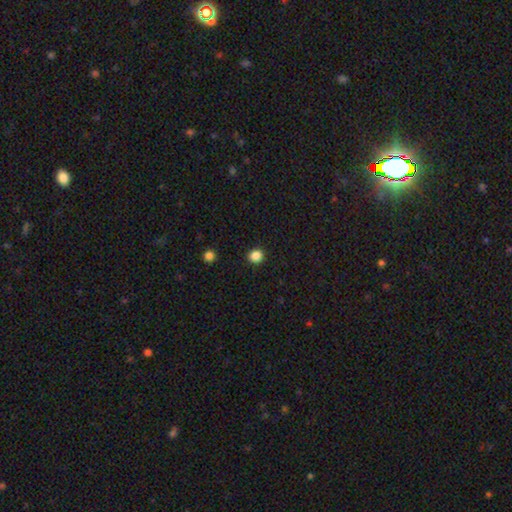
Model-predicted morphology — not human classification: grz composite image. It shows a smooth galaxy with no disk features (86%) that is round (86%). Merging: none (91%).